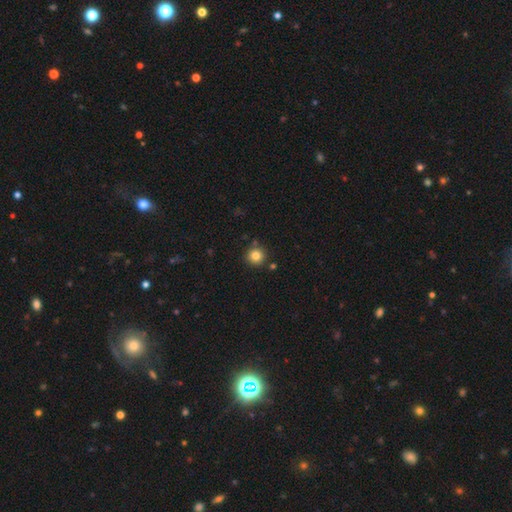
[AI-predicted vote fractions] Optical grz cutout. It shows a smooth galaxy with no disk features (83%) that is round (94%). Merging: none (86%).